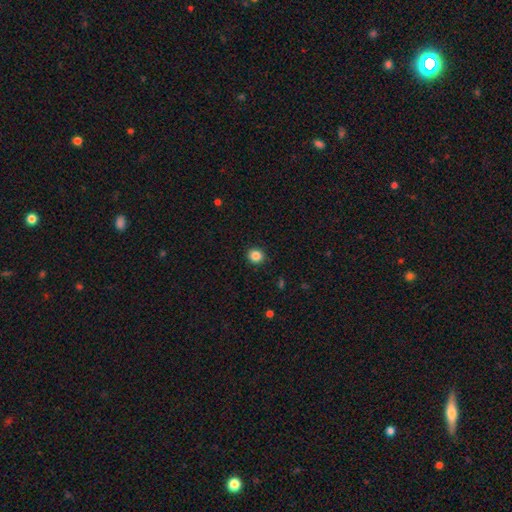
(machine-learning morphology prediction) Smooth or featured?
  - smooth: 86% *
  - star or artifact: 11%
  - featured or disk: 4%
How rounded?
  - round: 87% *
  - in between: 12%
  - cigar-shaped: 1%
Merging?
  - none: 92% *
  - minor disturbance: 5%
  - major disturbance: 2%
  - merger: 1%